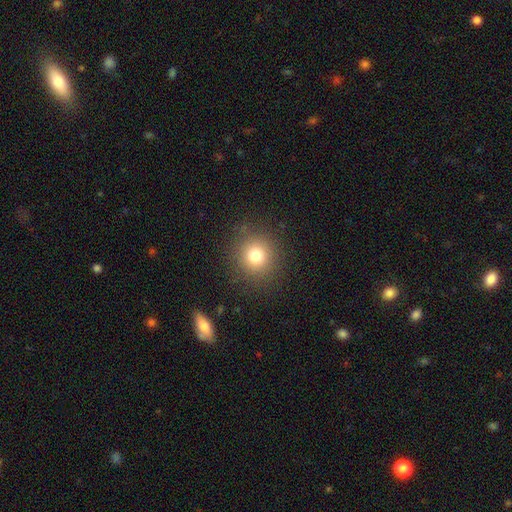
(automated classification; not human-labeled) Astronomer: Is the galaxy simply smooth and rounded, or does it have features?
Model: smooth — 78%.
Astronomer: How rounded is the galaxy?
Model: round — 90%.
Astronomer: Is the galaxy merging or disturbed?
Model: none — 88%.